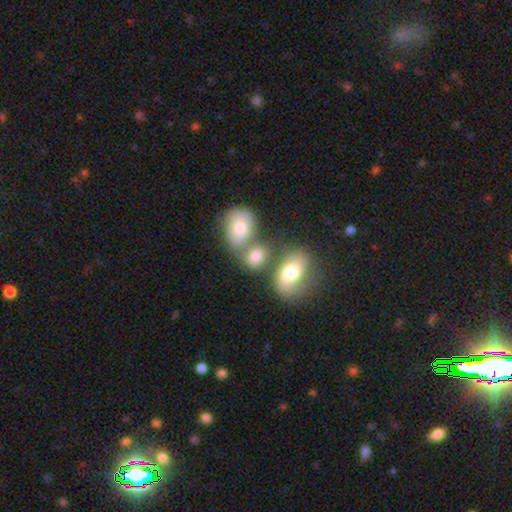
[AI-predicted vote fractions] Smooth or featured?
  - star or artifact: 52% *
  - smooth: 33%
  - featured or disk: 15%